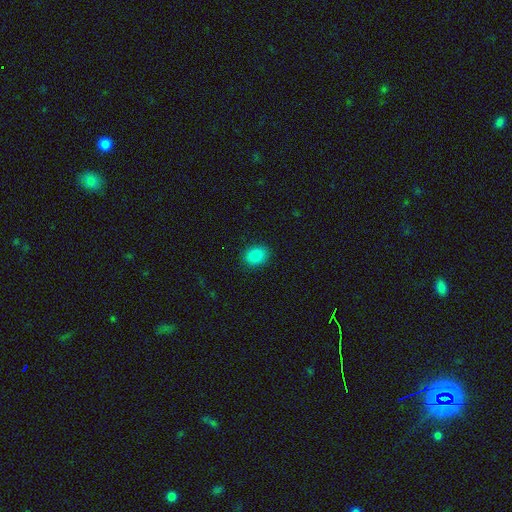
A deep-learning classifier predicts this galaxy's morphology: A smooth galaxy with no disk features (86%) that is in between round and cigar-shaped (57%).

Vote fractions:
- Smooth or featured? smooth: 86% / star or artifact: 10% / featured or disk: 4%
- How rounded? in between: 57% / round: 42% / cigar-shaped: 1%
- Merging? none: 89% / minor disturbance: 8% / major disturbance: 2% / merger: 1%